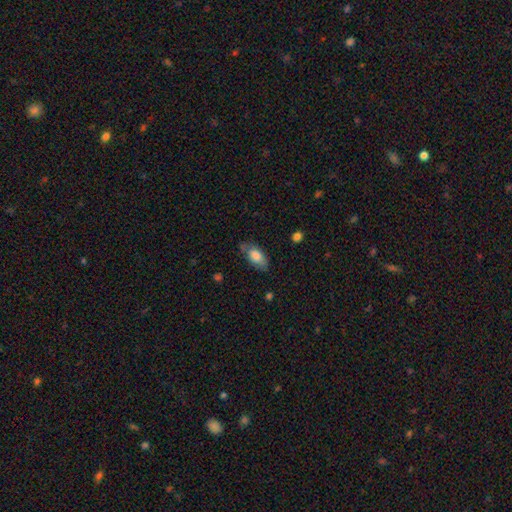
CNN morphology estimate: Smooth or featured?
  - smooth: 77% *
  - featured or disk: 16%
  - star or artifact: 7%
How rounded?
  - in between: 88% *
  - cigar-shaped: 9%
  - round: 3%
Merging?
  - none: 65% *
  - minor disturbance: 25%
  - major disturbance: 8%
  - merger: 2%